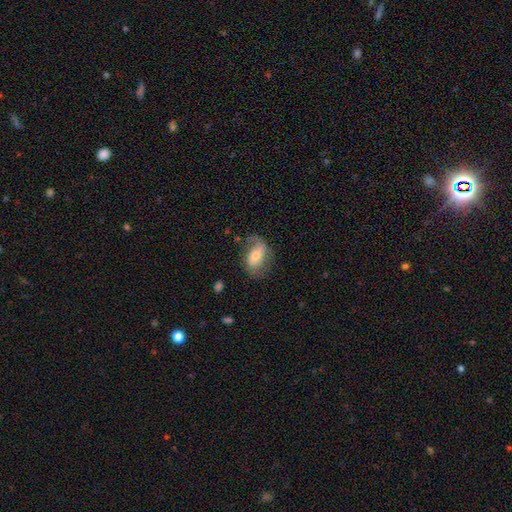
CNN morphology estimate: type=featured or disk (58%); edge-on=no (95%); bar=no (39%); spiral arms=yes (81%); bulge=moderate (56%); merging=none (58%).